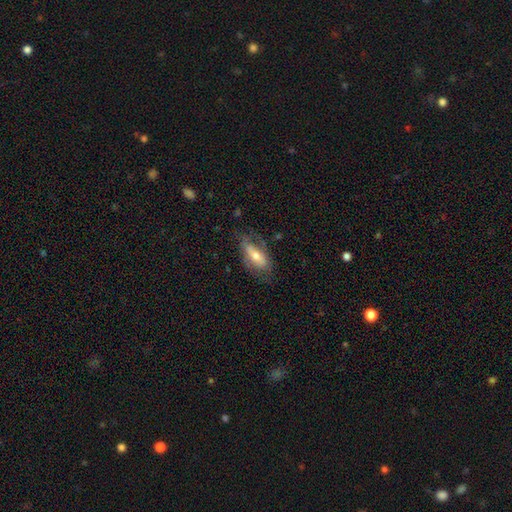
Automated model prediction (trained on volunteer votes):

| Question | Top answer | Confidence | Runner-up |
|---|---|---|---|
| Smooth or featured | featured or disk | 52% | smooth (41%) |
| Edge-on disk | no | 79% | yes (21%) |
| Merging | none | 63% | minor disturbance (22%) |